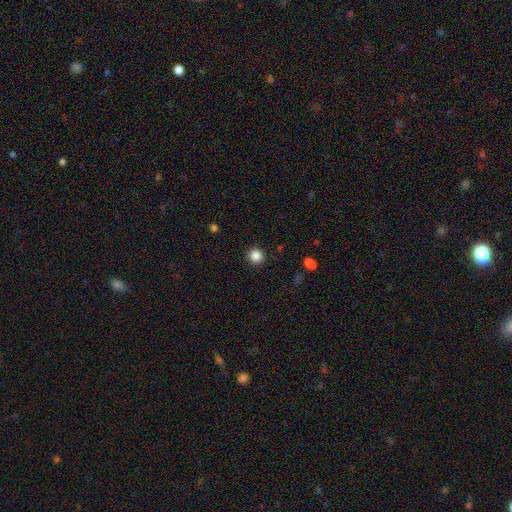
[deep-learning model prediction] Morphology: type=smooth (85%); roundness=round (94%); merging=none (91%).